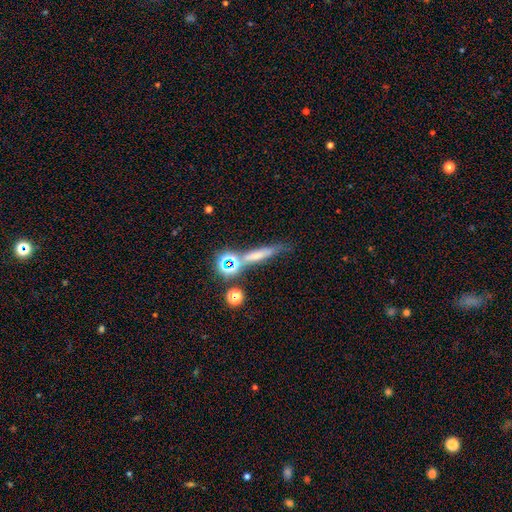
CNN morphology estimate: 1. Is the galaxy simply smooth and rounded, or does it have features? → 50% smooth, 26% featured or disk, 23% star or artifact.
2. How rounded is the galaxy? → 75% cigar-shaped, 13% round, 12% in between.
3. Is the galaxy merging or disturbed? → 59% none, 17% merger, 16% minor disturbance, 8% major disturbance.